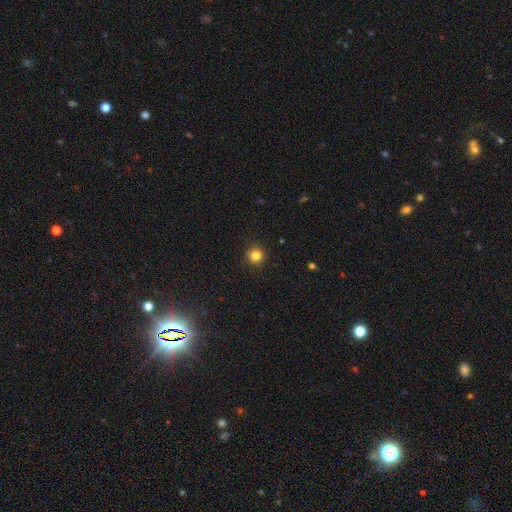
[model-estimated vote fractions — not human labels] smooth-or-featured: smooth: 82% | star or artifact: 13% | featured or disk: 5%
  how-rounded: round: 95% | in between: 4% | cigar-shaped: 1%
  merging: none: 92% | minor disturbance: 5% | major disturbance: 2% | merger: 1%